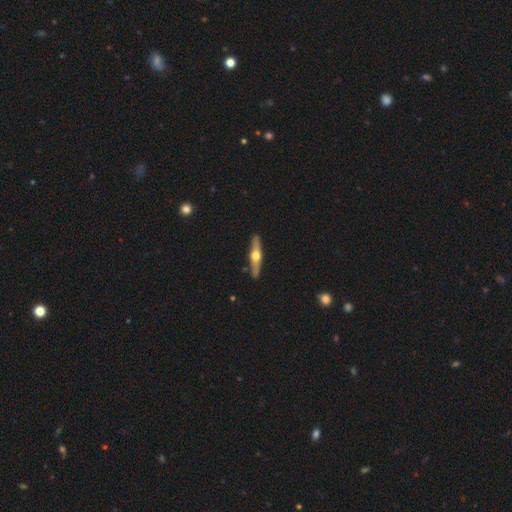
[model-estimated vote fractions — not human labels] Smooth or featured?
  - featured or disk: 68% *
  - smooth: 27%
  - star or artifact: 5%
Edge-on disk?
  - yes: 96% *
  - no: 4%
Edge-on bulge?
  - rounded: 96% *
  - none: 2%
  - boxy: 2%
Merging?
  - none: 91% *
  - minor disturbance: 7%
  - major disturbance: 1%
  - merger: 1%